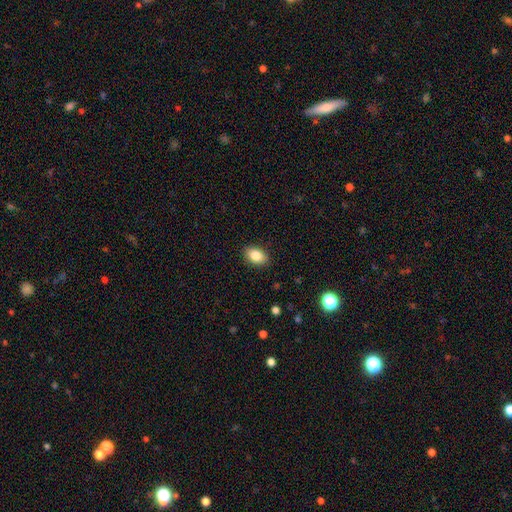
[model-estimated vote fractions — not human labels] smooth 86%, star or artifact 8%, featured or disk 6%. Down the decision tree: how rounded — in between (84%); merging — none (88%).